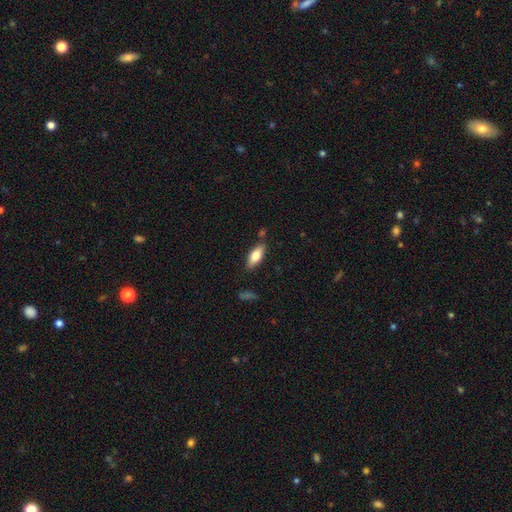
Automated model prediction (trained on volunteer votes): This is likely a smooth galaxy (72%). How rounded: likely in between (74%). Merging: clearly none (81%).